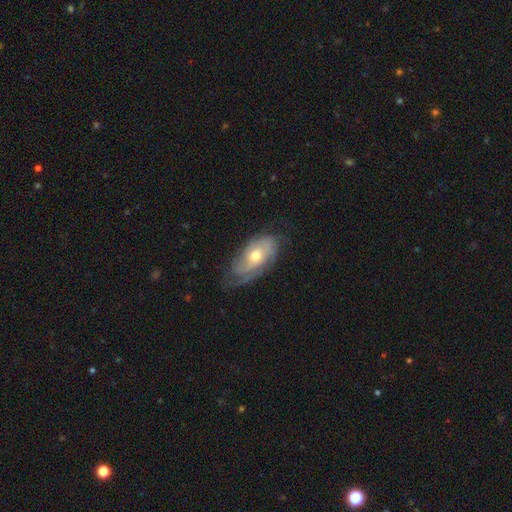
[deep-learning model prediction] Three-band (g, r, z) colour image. It shows a featured or disk galaxy (69%) with no bar (77%), tight (54%) spiral arms (85%) and a moderate central bulge (68%). Merging: none (63%).